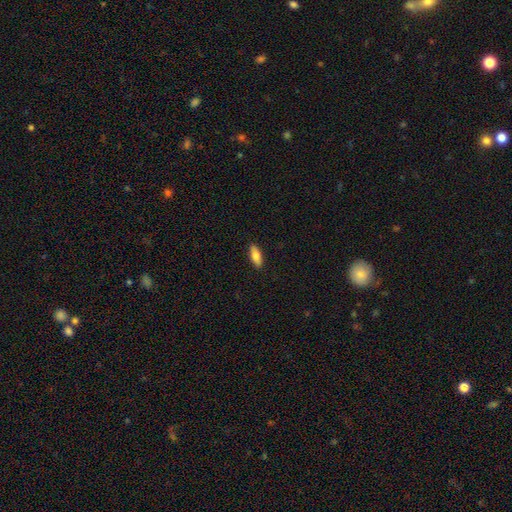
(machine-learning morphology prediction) smooth 79%, featured or disk 15%, star or artifact 6%. Down the decision tree: how rounded — in between (73%); merging — none (90%).